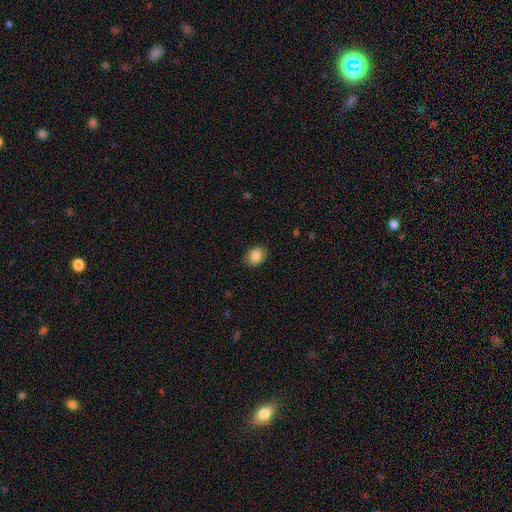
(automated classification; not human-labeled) A smooth galaxy with no disk features (85%) that is in between round and cigar-shaped (56%). Merging: none (88%).